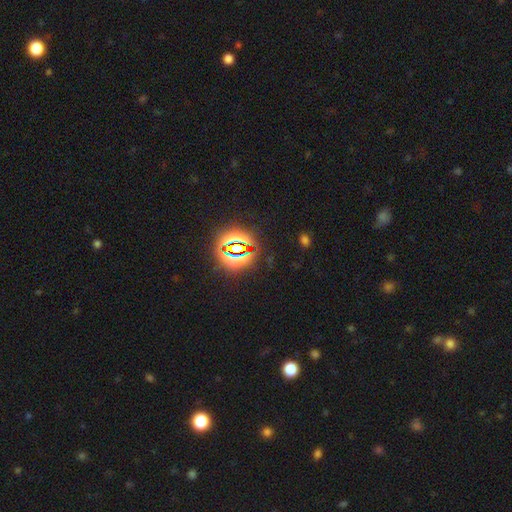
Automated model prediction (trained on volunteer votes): This is likely a star or artifact rather than a galaxy (80%).